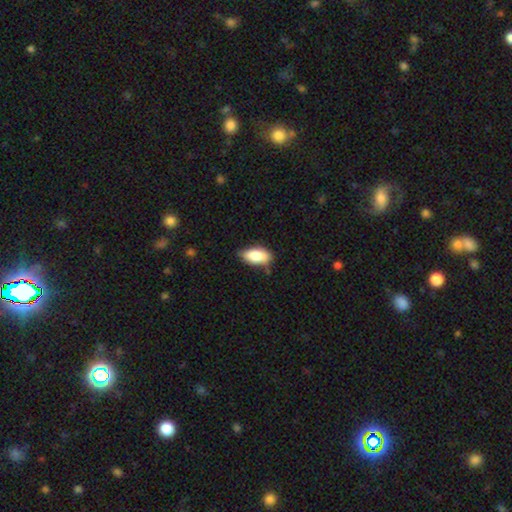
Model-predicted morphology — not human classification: The model was most divided on "merging": none: 68%, minor disturbance: 24%, major disturbance: 4%, merger: 3%. More confident: how rounded — in between (90%); smooth or featured — smooth (80%).